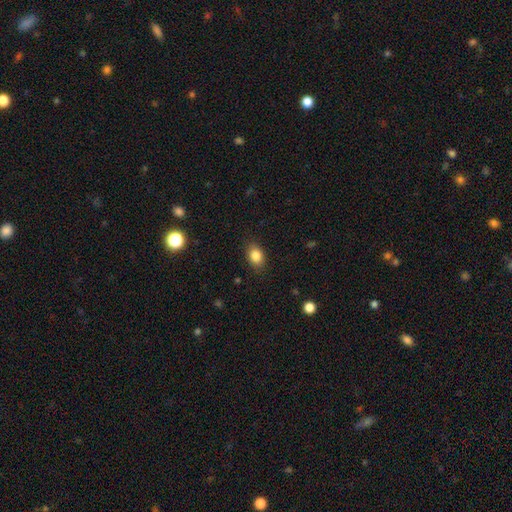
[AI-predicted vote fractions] This appears to be a smooth galaxy with no disk features (85%) that is in between round and cigar-shaped (76%). Merging: none (86%).